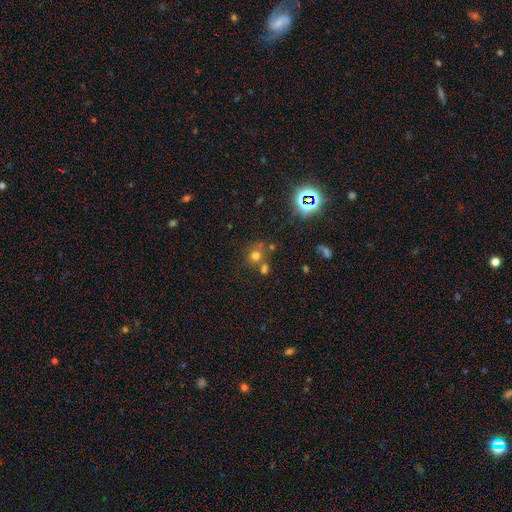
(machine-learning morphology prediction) This is likely a smooth galaxy (64%). How rounded: clearly round (86%). Merging: possibly none (59%).